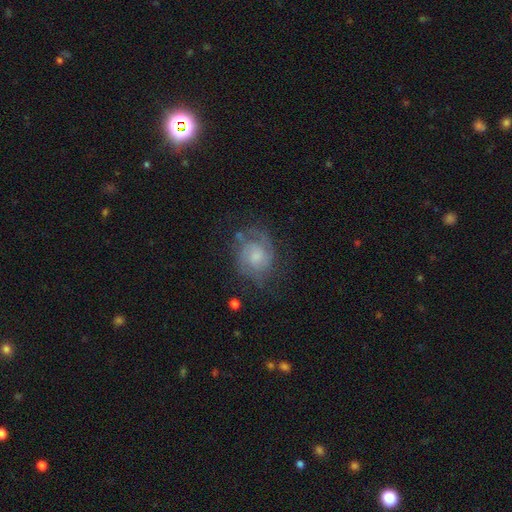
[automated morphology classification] smooth_or_featured: featured or disk (p=0.72) [alt: smooth p=0.19]
disk_edge_on: no (p=0.98) [alt: yes p=0.02]
bar: no (p=0.68) [alt: weak p=0.29]
has_spiral_arms: yes (p=0.91) [alt: no p=0.09]
spiral_winding: tight (p=0.51) [alt: medium p=0.38]
spiral_arm_count: 2 (p=0.53) [alt: can't tell p=0.25]
bulge_size: small (p=0.41) [alt: moderate p=0.39]
merging: none (p=0.67) [alt: minor disturbance p=0.20]